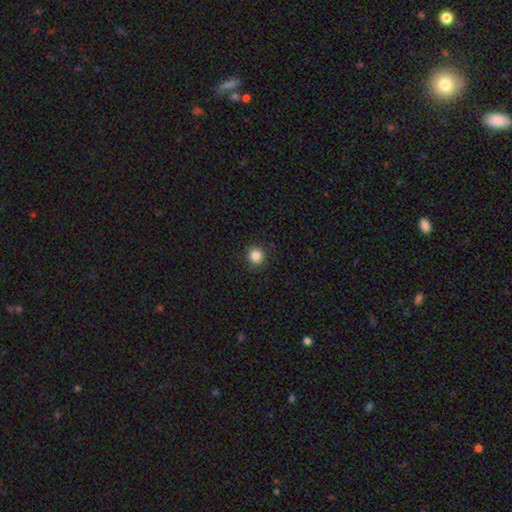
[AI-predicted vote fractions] Smooth or featured? smooth (85%)
How rounded? round (94%)
Merging? none (91%)